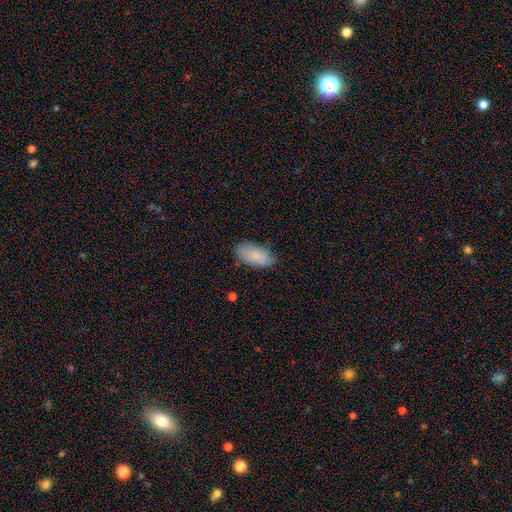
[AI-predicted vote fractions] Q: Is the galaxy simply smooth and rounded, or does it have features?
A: smooth — 85%.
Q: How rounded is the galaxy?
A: in between — 93%.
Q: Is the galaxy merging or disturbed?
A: none — 77%.